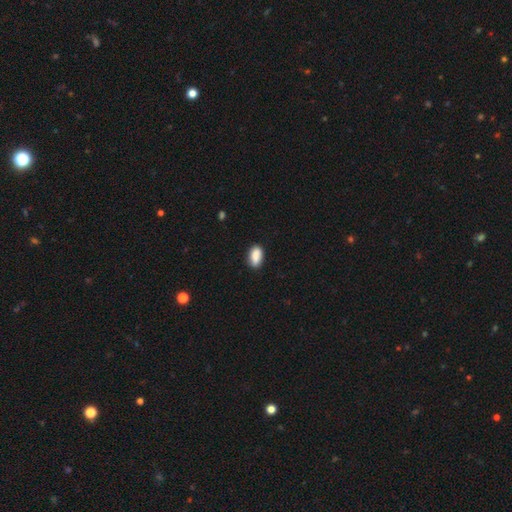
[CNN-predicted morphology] This appears to be a smooth galaxy with no disk features (88%) that is in between round and cigar-shaped (90%). Merging: none (81%).